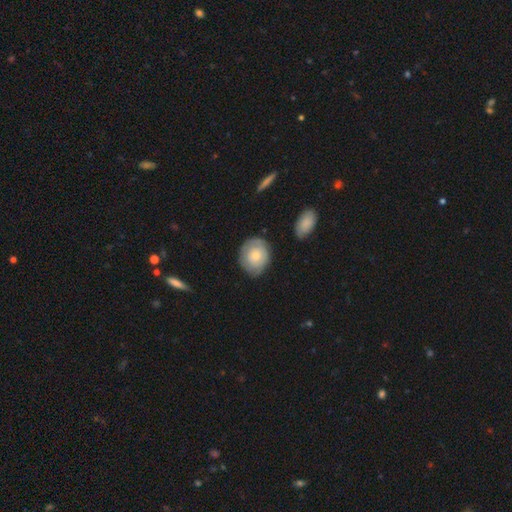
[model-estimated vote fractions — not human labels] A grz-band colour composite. It shows a smooth galaxy with no disk features (63%) that is round (65%). Merging: none (74%).